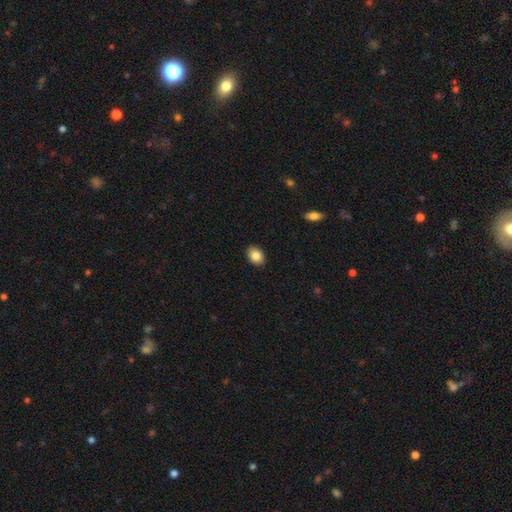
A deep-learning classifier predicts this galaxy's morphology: Smooth or featured?
  - smooth: 85% *
  - star or artifact: 8%
  - featured or disk: 7%
How rounded?
  - in between: 71% *
  - round: 28%
  - cigar-shaped: 1%
Merging?
  - none: 90% *
  - minor disturbance: 7%
  - major disturbance: 2%
  - merger: 1%